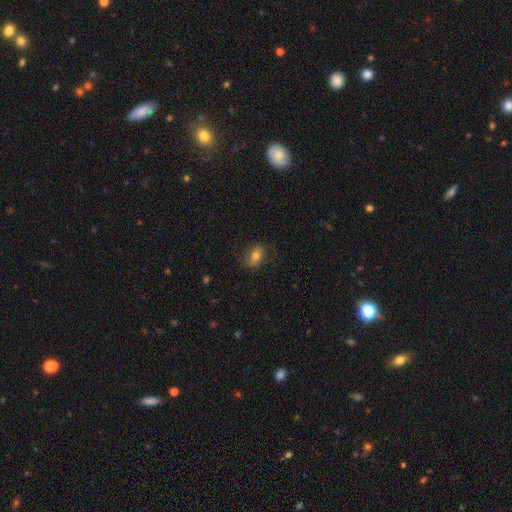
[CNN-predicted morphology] Smooth or featured? smooth (66%)
How rounded? in between (68%)
Merging? none (72%)